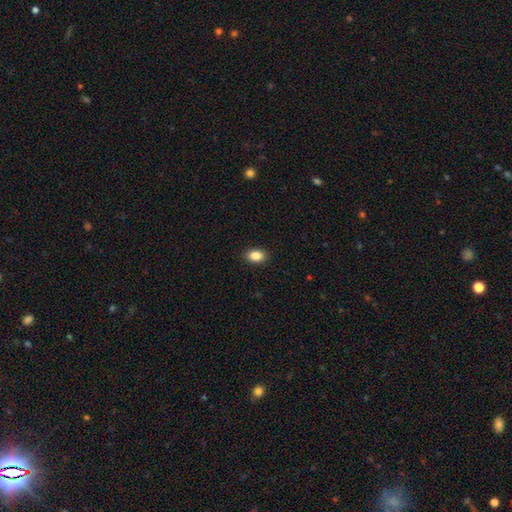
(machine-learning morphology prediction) A smooth galaxy with no disk features (87%) that is in between round and cigar-shaped (83%). Merging: none (90%).